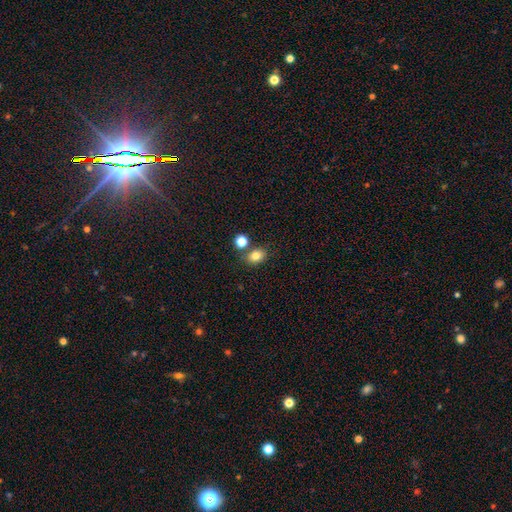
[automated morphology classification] This appears to be a smooth galaxy with no disk features (80%) that is in between round and cigar-shaped (62%). Merging: none (70%).